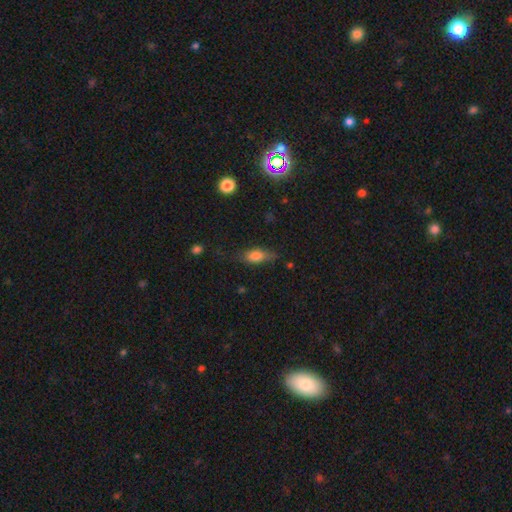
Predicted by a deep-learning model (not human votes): smooth 70%, featured or disk 21%, star or artifact 9%. Down the decision tree: how rounded — in between (73%); merging — none (64%).